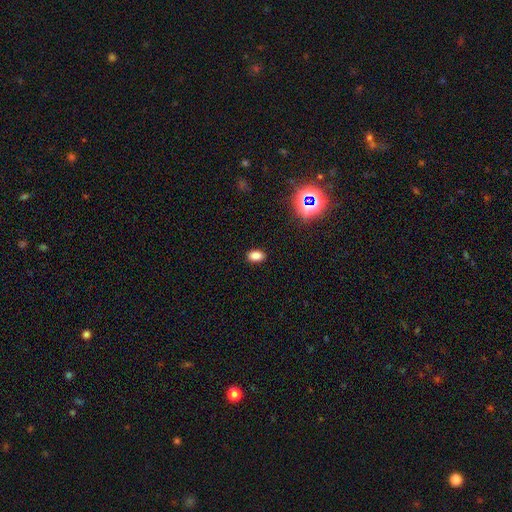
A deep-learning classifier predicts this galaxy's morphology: This is clearly a smooth galaxy (82%). How rounded: clearly in between (88%). Merging: clearly none (88%).